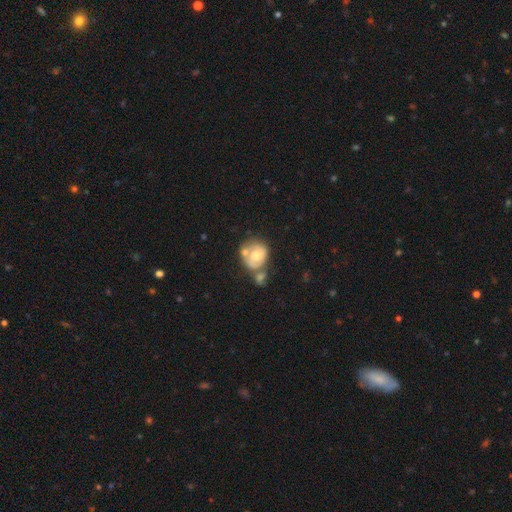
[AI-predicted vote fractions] This is possibly a featured or disk galaxy (50%). Merging: marginally merger (42%).